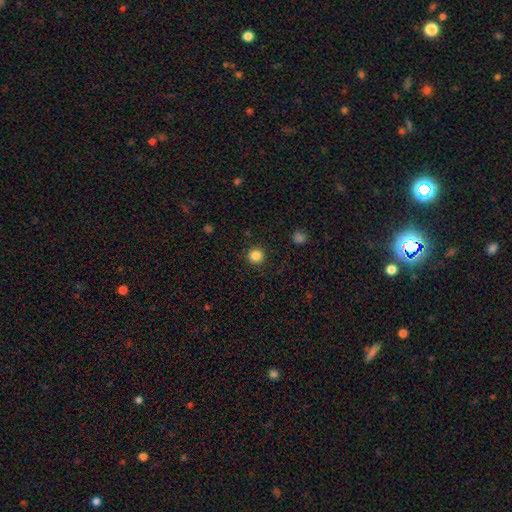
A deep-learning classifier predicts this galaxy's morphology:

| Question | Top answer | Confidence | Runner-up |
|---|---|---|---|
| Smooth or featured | smooth | 85% | star or artifact (11%) |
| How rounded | round | 96% | in between (3%) |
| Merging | none | 92% | minor disturbance (5%) |